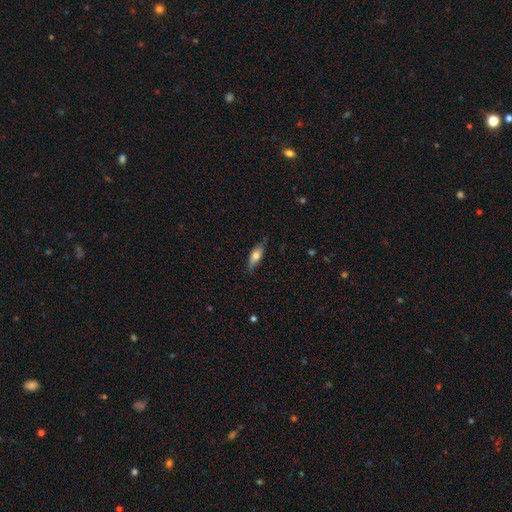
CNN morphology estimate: type=smooth (64%); roundness=in between (67%); merging=none (75%).